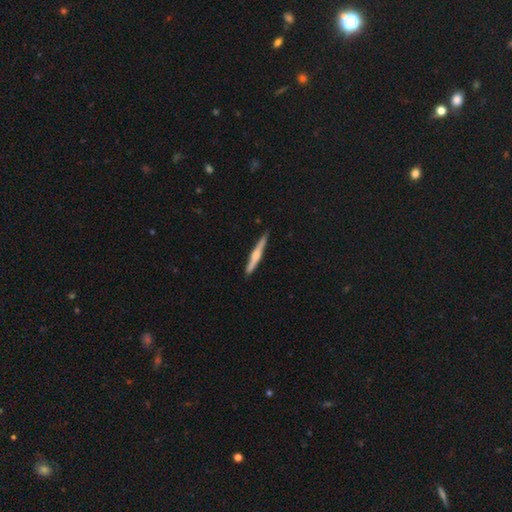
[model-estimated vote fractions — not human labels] This is possibly a featured or disk galaxy (55%). It is clearly viewed edge-on (97%). Edge-on bulge: likely rounded (73%). Merging: clearly none (88%).